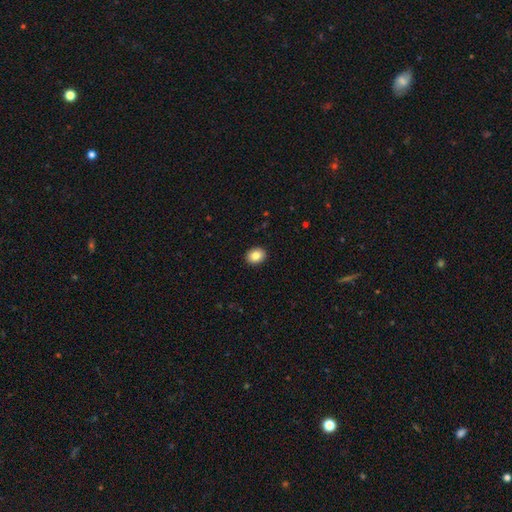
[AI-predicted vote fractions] smooth 85%, star or artifact 9%, featured or disk 7%. Down the decision tree: how rounded — in between (50%); merging — none (92%).